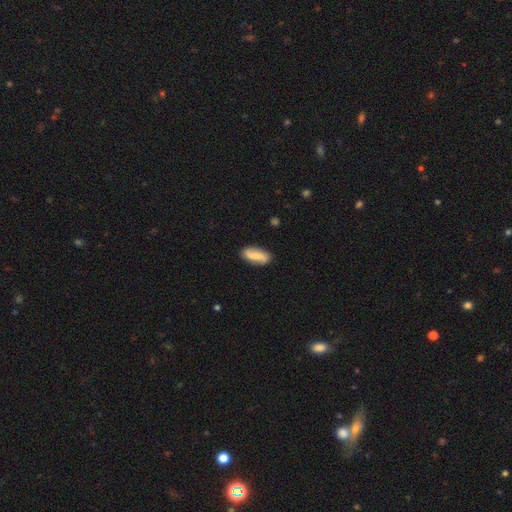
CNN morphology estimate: A smooth galaxy with no disk features (59%) that is in between round and cigar-shaped (76%).

Vote fractions:
- Smooth or featured? smooth: 59% / featured or disk: 35% / star or artifact: 7%
- How rounded? in between: 76% / cigar-shaped: 21% / round: 3%
- Merging? none: 84% / minor disturbance: 12% / major disturbance: 2% / merger: 2%